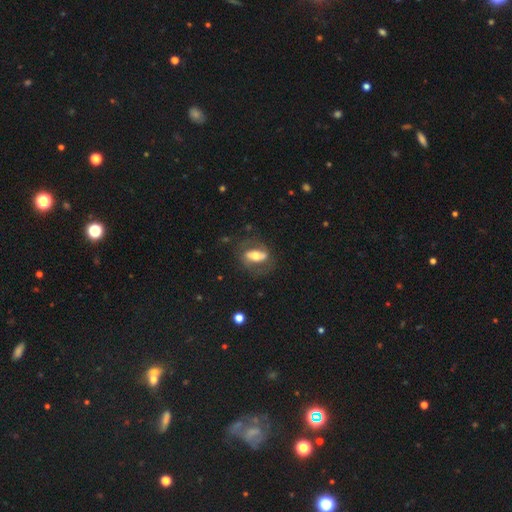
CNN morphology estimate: Smooth or featured? Predicted: featured or disk (p=0.59). Edge-on disk? Predicted: no (p=0.84). Bar? Predicted: strong (p=0.53). Spiral arms? Predicted: yes (p=0.59). Bulge size? Predicted: moderate (p=0.63). Merging? Predicted: none (p=0.66).